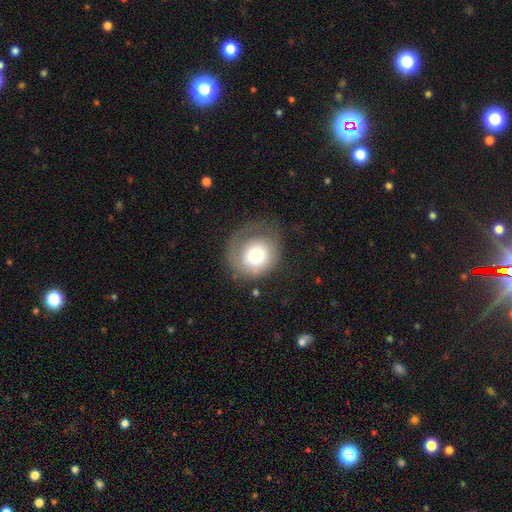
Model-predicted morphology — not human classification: Smooth or featured: smooth — 64% (featured or disk — 28%)
How rounded: round — 84% (in between — 15%)
Merging: none — 48% (major disturbance — 26%)